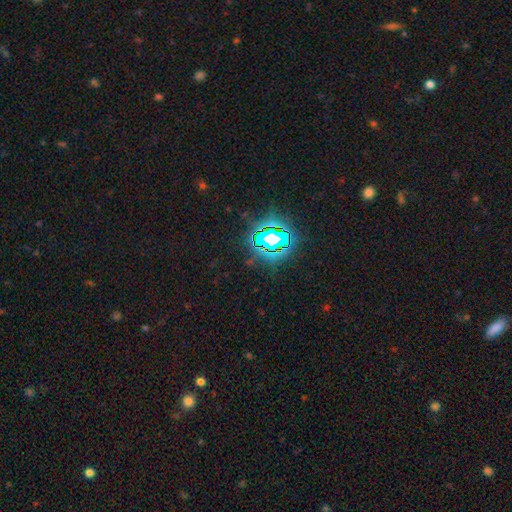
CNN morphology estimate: Smooth or featured? Predicted: star or artifact (p=0.82).